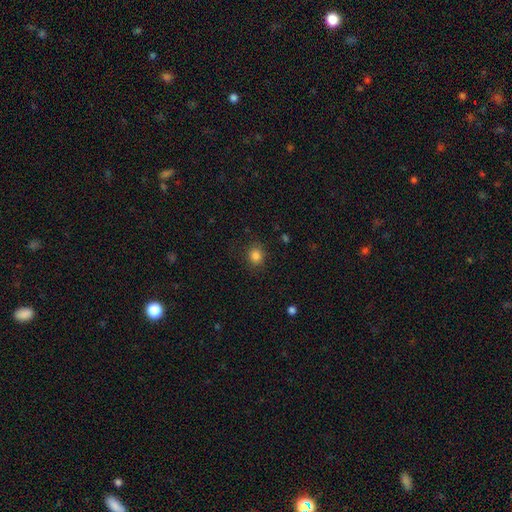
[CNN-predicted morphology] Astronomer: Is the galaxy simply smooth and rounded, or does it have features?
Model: smooth — 83%.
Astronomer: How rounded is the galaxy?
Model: round — 75%.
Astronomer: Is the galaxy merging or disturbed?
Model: none — 85%.